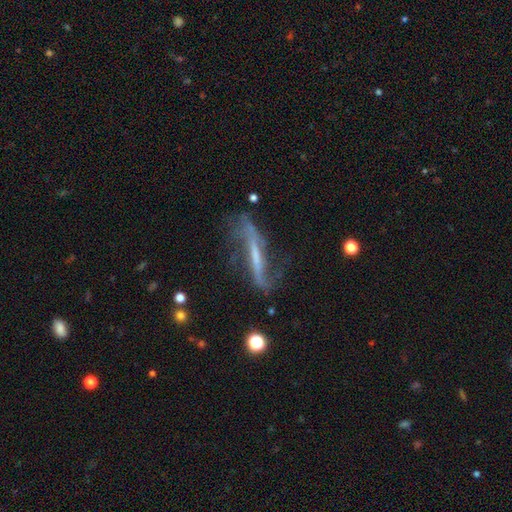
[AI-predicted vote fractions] Morphology: type=featured or disk (73%); edge-on=no (53%); merging=none (51%).